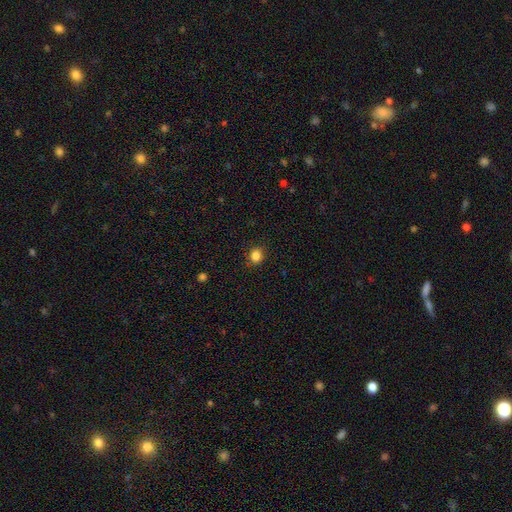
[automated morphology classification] Smooth or featured? smooth (85%)
How rounded? round (74%)
Merging? none (88%)